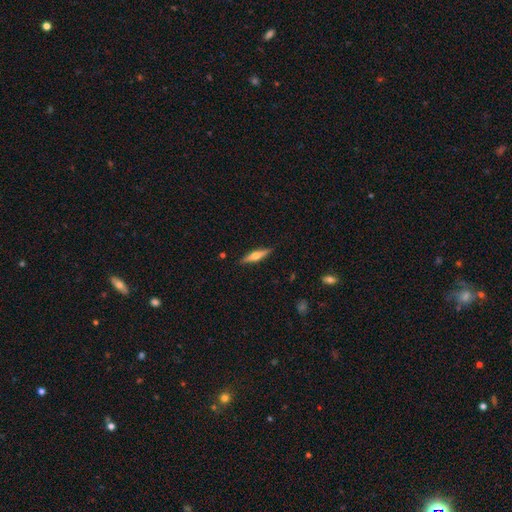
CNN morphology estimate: A featured or disk galaxy (54%) viewed edge-on (95%) with a rounded central bulge (92%). Merging: none (90%).